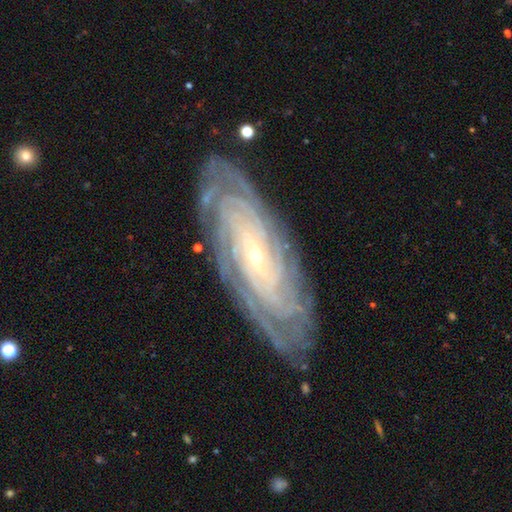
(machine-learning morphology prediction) smooth_or_featured: featured or disk (p=0.90) [alt: star or artifact p=0.05]
disk_edge_on: no (p=0.92) [alt: yes p=0.08]
bar: no (p=0.68) [alt: weak p=0.21]
has_spiral_arms: yes (p=0.98) [alt: no p=0.02]
spiral_winding: tight (p=0.85) [alt: medium p=0.13]
spiral_arm_count: more than 4 (p=0.27) [alt: can't tell p=0.24]
bulge_size: small (p=0.83) [alt: moderate p=0.14]
merging: none (p=0.84) [alt: minor disturbance p=0.12]